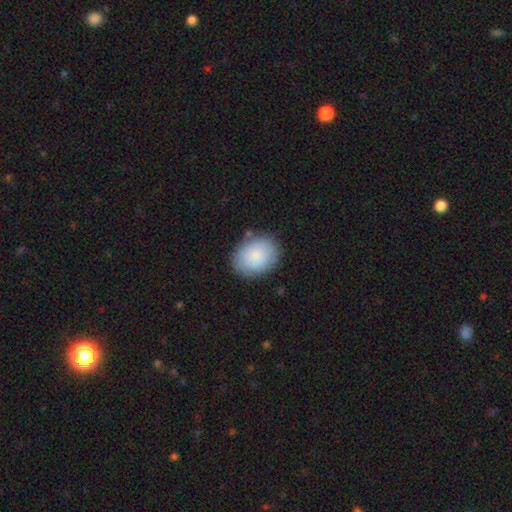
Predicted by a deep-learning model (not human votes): A smooth galaxy with no disk features (85%) that is in between round and cigar-shaped (66%). Merging: none (82%).